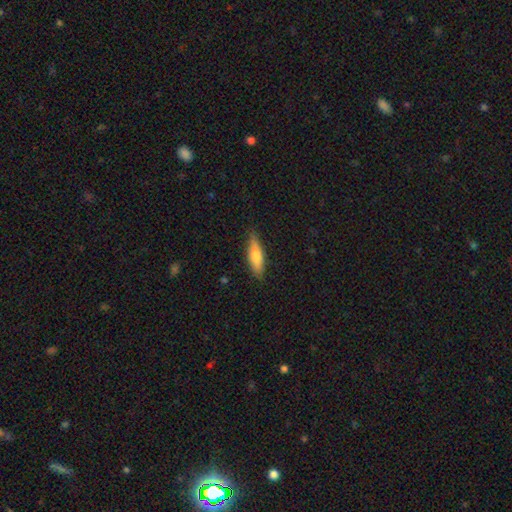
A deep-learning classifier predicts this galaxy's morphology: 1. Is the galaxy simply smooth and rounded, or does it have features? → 67% smooth, 27% featured or disk, 6% star or artifact.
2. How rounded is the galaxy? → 62% cigar-shaped, 36% in between, 2% round.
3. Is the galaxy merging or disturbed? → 85% none, 12% minor disturbance, 2% major disturbance, 1% merger.